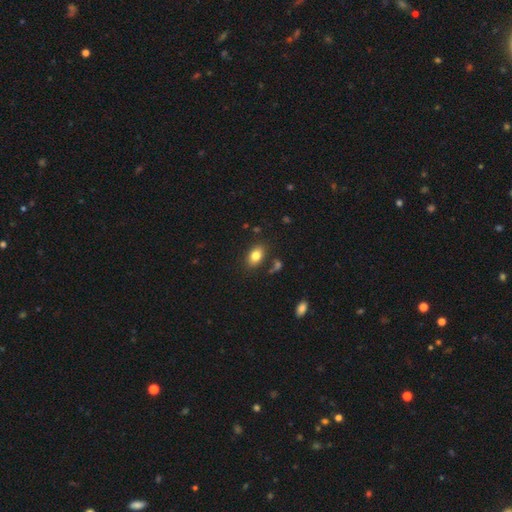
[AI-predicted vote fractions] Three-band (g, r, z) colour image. It shows a smooth galaxy with no disk features (81%) that is in between round and cigar-shaped (87%). Merging: none (81%).